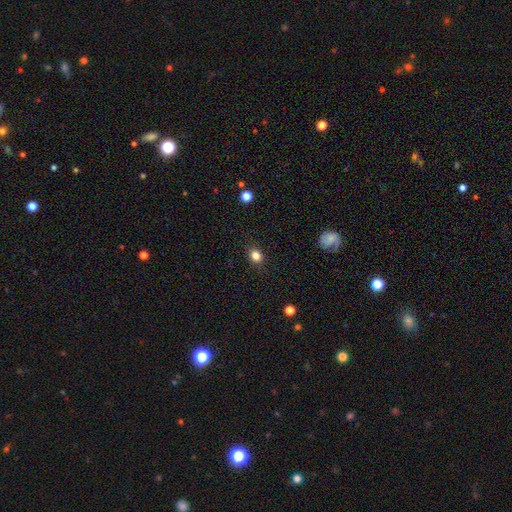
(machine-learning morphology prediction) smooth_or_featured: smooth (p=0.84) [alt: star or artifact p=0.11]
how_rounded: round (p=0.60) [alt: in between p=0.39]
merging: none (p=0.88) [alt: minor disturbance p=0.09]